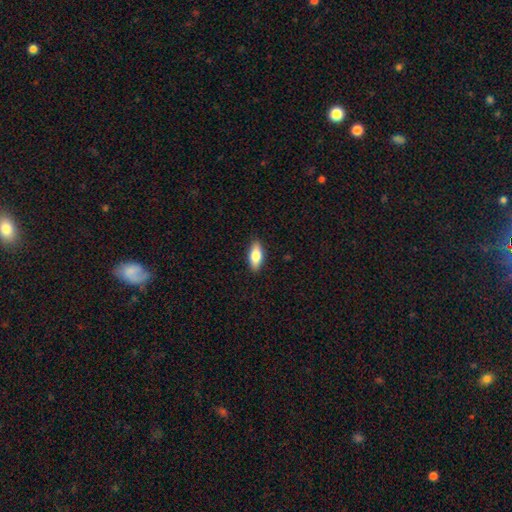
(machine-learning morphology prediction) Smooth or featured? smooth (76%)
How rounded? in between (80%)
Merging? none (89%)